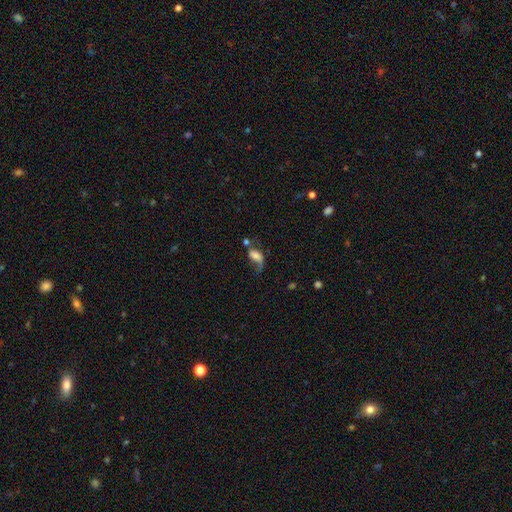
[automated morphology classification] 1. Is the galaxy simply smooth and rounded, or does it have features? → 49% smooth, 40% featured or disk, 11% star or artifact.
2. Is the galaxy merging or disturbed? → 39% major disturbance, 27% none, 20% minor disturbance, 14% merger.